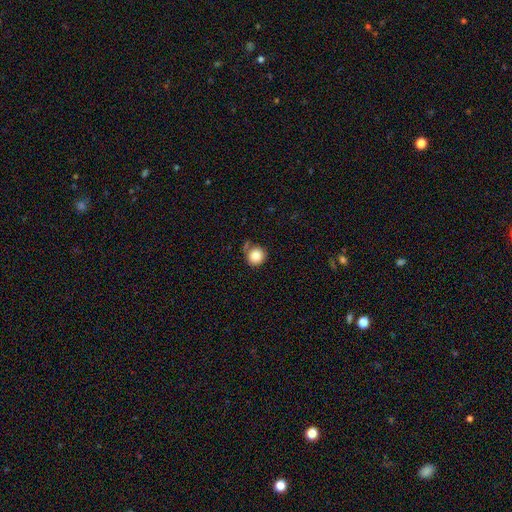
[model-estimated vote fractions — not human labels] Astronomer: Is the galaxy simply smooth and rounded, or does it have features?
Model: smooth — 84%.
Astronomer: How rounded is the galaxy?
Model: round — 94%.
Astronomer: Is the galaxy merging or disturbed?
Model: none — 70%.